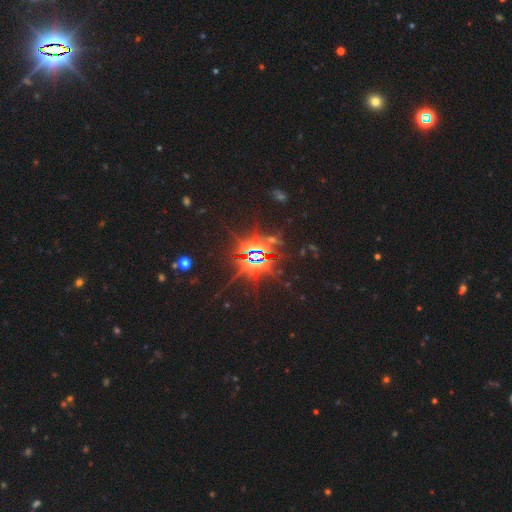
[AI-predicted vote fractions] Morphology: type=star or artifact (85%).